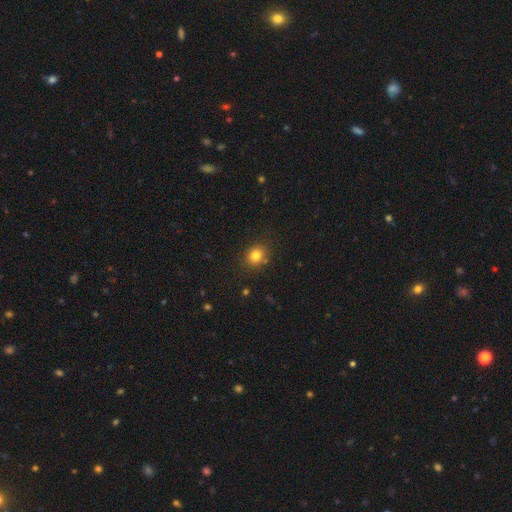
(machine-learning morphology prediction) smooth_or_featured: smooth (p=0.80) [alt: star or artifact p=0.13]
how_rounded: round (p=0.72) [alt: in between p=0.27]
merging: none (p=0.84) [alt: minor disturbance p=0.11]